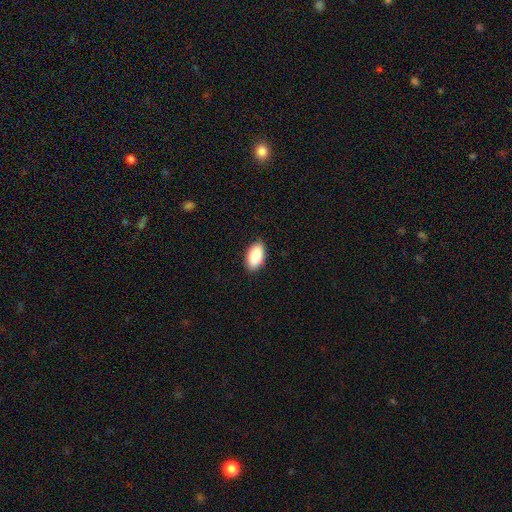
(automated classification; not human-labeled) smooth 89%, star or artifact 6%, featured or disk 5%. Down the decision tree: how rounded — in between (95%); merging — none (88%).